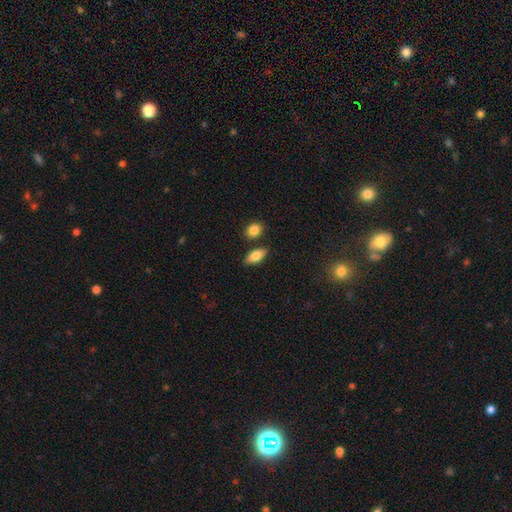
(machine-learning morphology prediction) smooth 77%, featured or disk 16%, star or artifact 7%. Down the decision tree: how rounded — in between (82%); merging — none (81%).